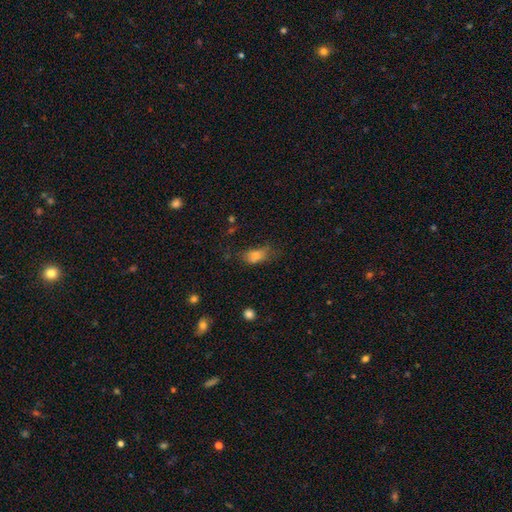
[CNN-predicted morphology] Smooth or featured: smooth — 79% (star or artifact — 11%)
How rounded: in between — 85% (round — 10%)
Merging: none — 40% (minor disturbance — 32%)